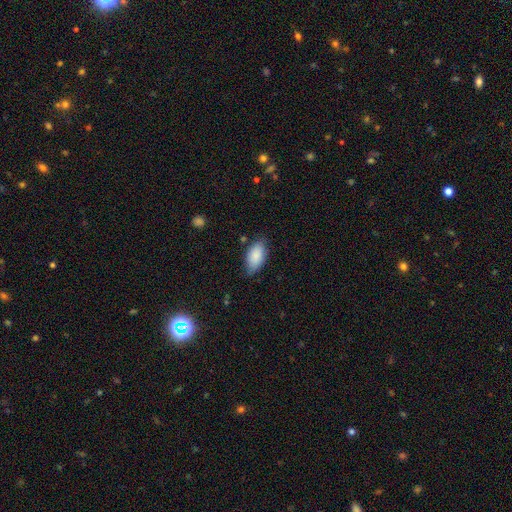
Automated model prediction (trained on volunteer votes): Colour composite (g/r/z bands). It shows a smooth galaxy with no disk features (87%) that is in between round and cigar-shaped (93%). Merging: none (74%).